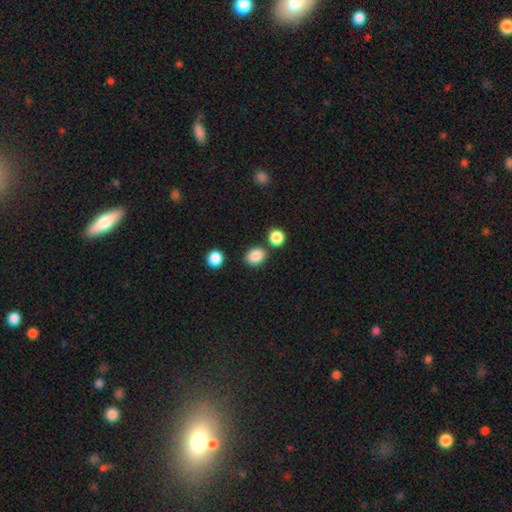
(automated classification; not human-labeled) Morphology: type=smooth (86%); roundness=in between (61%); merging=none (74%).